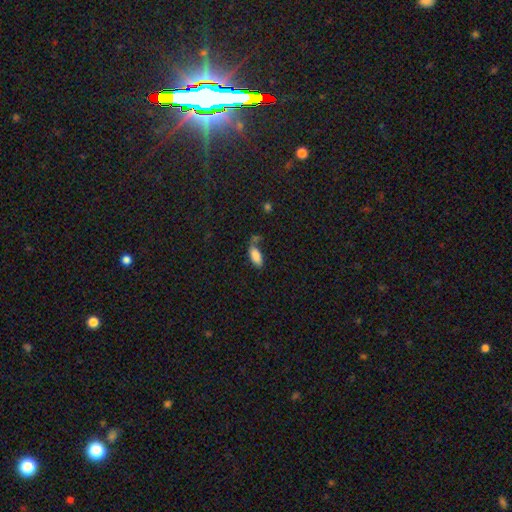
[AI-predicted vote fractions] Smooth or featured: smooth — 85% (star or artifact — 8%)
How rounded: in between — 87% (cigar-shaped — 11%)
Merging: none — 49% (minor disturbance — 21%)